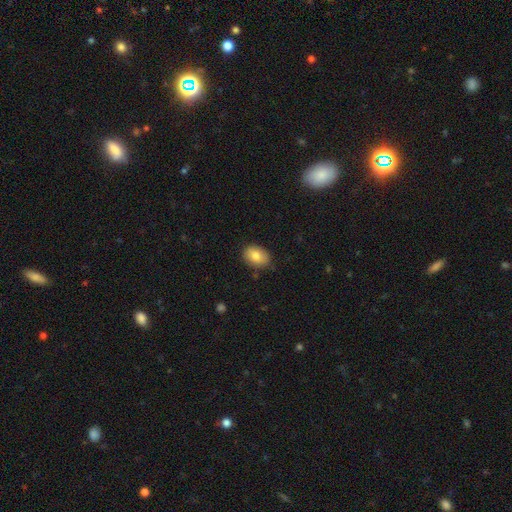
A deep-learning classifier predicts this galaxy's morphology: A smooth galaxy with no disk features (82%) that is in between round and cigar-shaped (74%). Merging: none (82%).